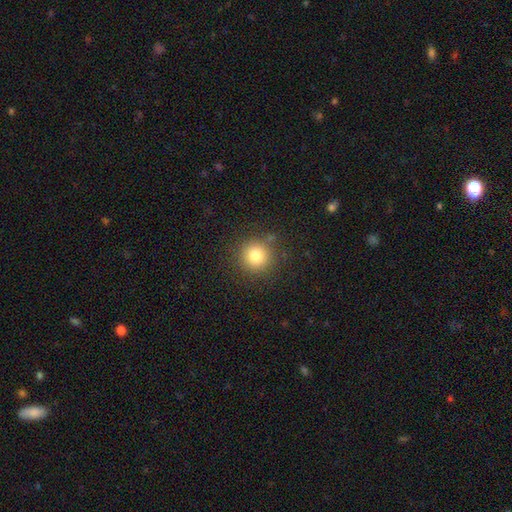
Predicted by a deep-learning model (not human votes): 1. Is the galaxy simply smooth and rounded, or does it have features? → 81% smooth, 13% star or artifact, 7% featured or disk.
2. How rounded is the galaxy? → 94% round, 5% in between, 1% cigar-shaped.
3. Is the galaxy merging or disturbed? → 88% none, 8% minor disturbance, 3% major disturbance, 2% merger.